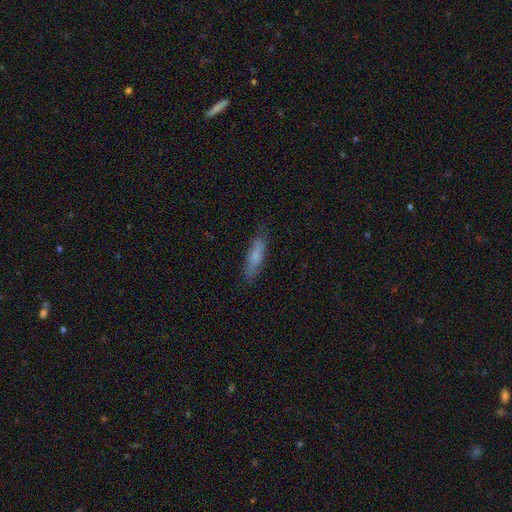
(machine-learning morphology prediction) smooth_or_featured: smooth (p=0.74) [alt: featured or disk p=0.20]
how_rounded: cigar-shaped (p=0.73) [alt: in between p=0.25]
merging: none (p=0.81) [alt: minor disturbance p=0.15]